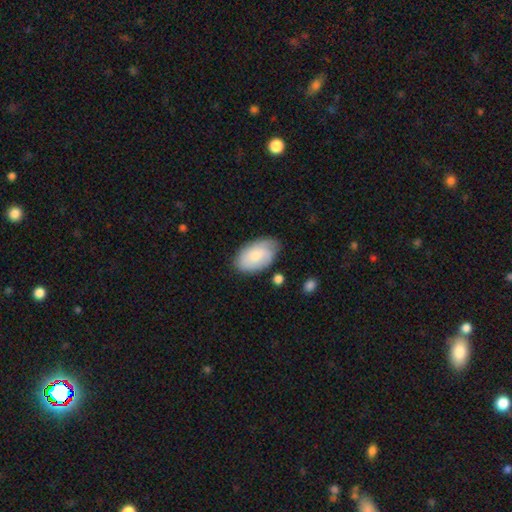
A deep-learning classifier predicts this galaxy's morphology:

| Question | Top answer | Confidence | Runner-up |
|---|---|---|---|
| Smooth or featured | smooth | 66% | featured or disk (28%) |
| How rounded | in between | 93% | round (5%) |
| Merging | none | 70% | minor disturbance (23%) |